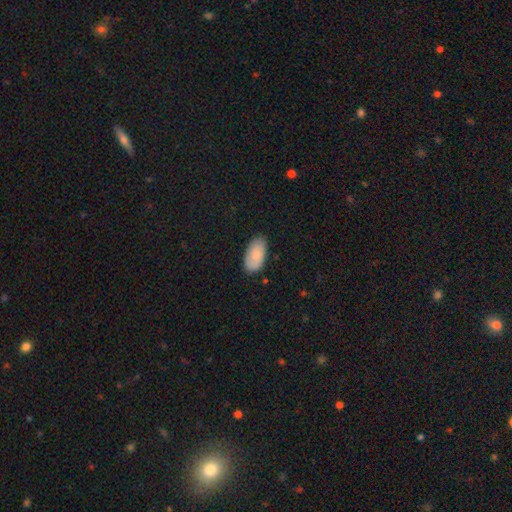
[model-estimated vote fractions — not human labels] Overall: smooth (84%). How rounded: in between (95%). Merging: none (80%).